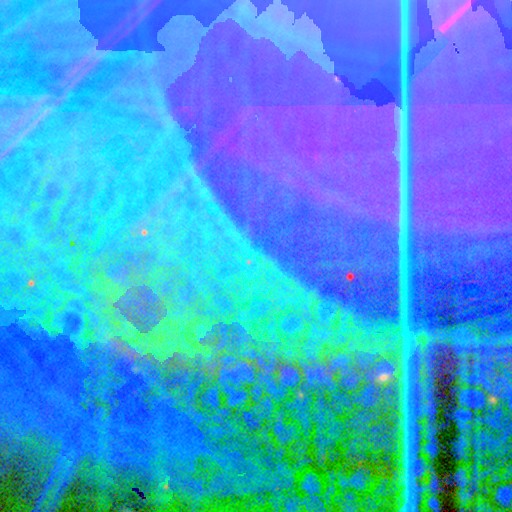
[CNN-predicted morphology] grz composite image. It shows a star or artifact, not a galaxy (87%).